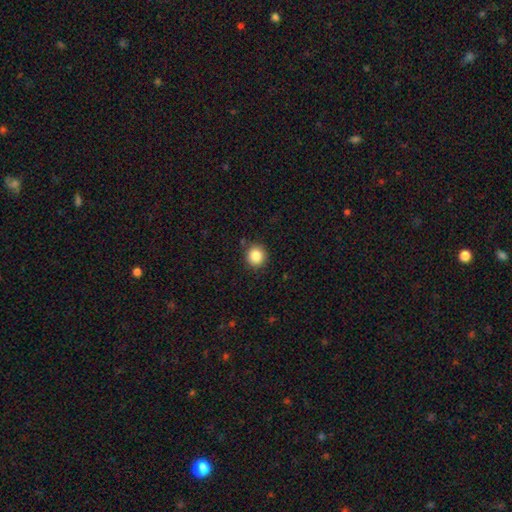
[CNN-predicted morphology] This is clearly a smooth galaxy (85%). How rounded: clearly round (91%). Merging: clearly none (89%).